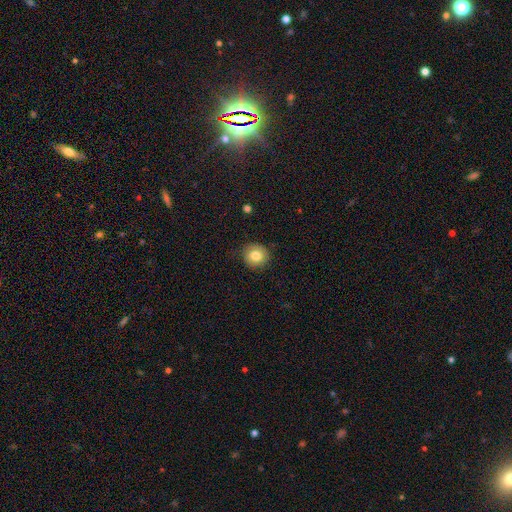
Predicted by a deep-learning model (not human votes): Smooth or featured?
  - smooth: 80% *
  - featured or disk: 11%
  - star or artifact: 9%
How rounded?
  - round: 88% *
  - in between: 11%
  - cigar-shaped: 1%
Merging?
  - none: 85% *
  - minor disturbance: 11%
  - major disturbance: 3%
  - merger: 1%